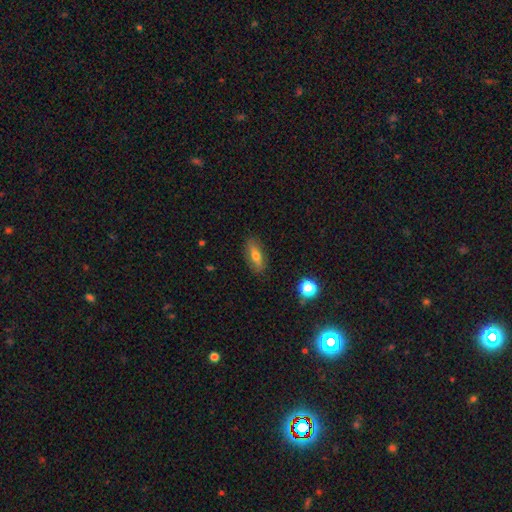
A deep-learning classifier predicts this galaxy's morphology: smooth_or_featured: smooth (p=0.65) [alt: featured or disk p=0.26]
how_rounded: in between (p=0.71) [alt: cigar-shaped p=0.24]
merging: none (p=0.85) [alt: minor disturbance p=0.11]